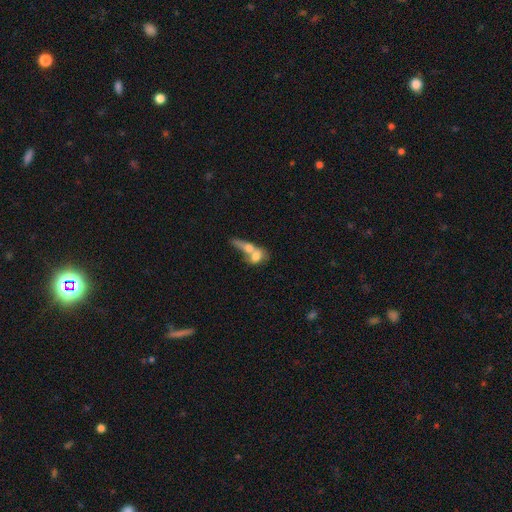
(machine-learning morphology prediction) The model was most divided on "how rounded": in between: 55%, round: 30%, cigar-shaped: 15%. More confident: merging — merger (74%); smooth or featured — smooth (64%).